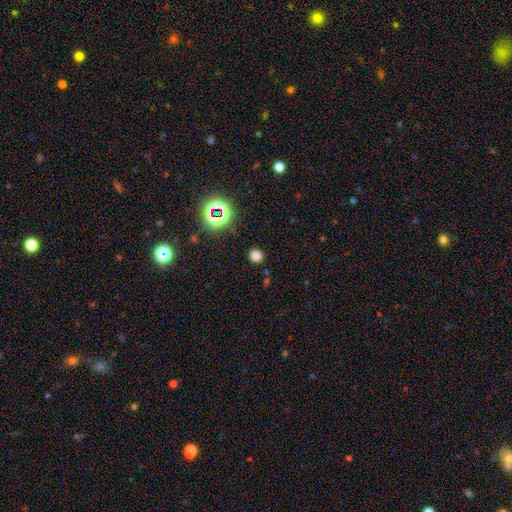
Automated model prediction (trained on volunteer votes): Smooth or featured?
  - smooth: 74% *
  - star or artifact: 21%
  - featured or disk: 5%
How rounded?
  - round: 81% *
  - in between: 18%
  - cigar-shaped: 1%
Merging?
  - none: 88% *
  - minor disturbance: 7%
  - major disturbance: 3%
  - merger: 2%